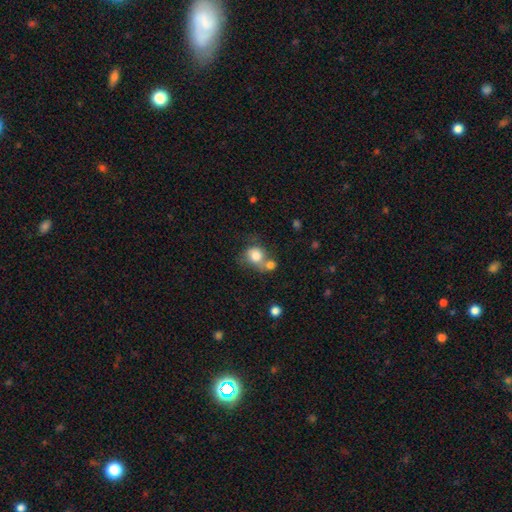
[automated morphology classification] Smooth or featured? Predicted: smooth (p=0.79). How rounded? Predicted: round (p=0.72). Merging? Predicted: merger (p=0.47).